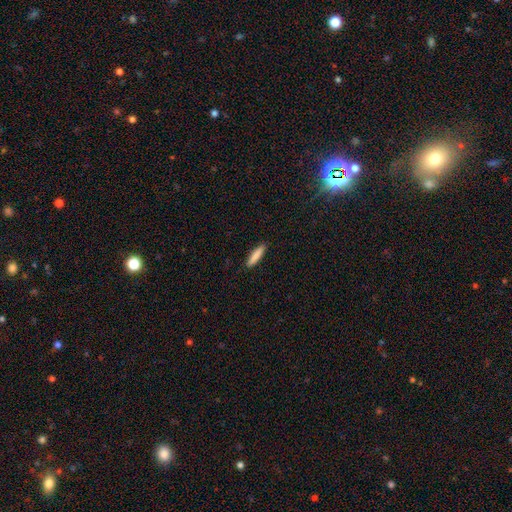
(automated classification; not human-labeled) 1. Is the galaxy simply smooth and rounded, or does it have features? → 86% smooth, 9% featured or disk, 6% star or artifact.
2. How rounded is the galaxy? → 84% cigar-shaped, 14% in between, 1% round.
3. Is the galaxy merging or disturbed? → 90% none, 7% minor disturbance, 2% major disturbance, 1% merger.